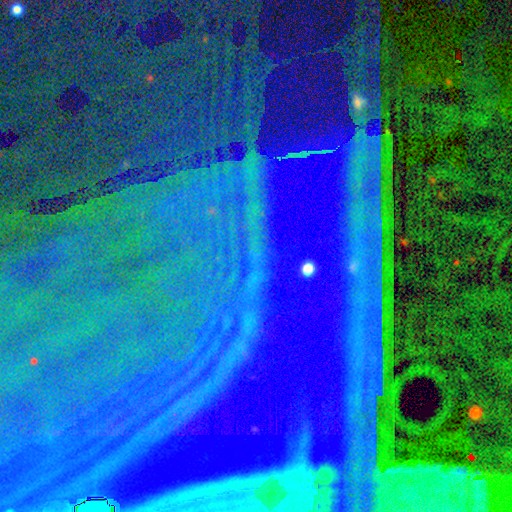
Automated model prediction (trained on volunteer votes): A star or artifact, not a galaxy (87%).